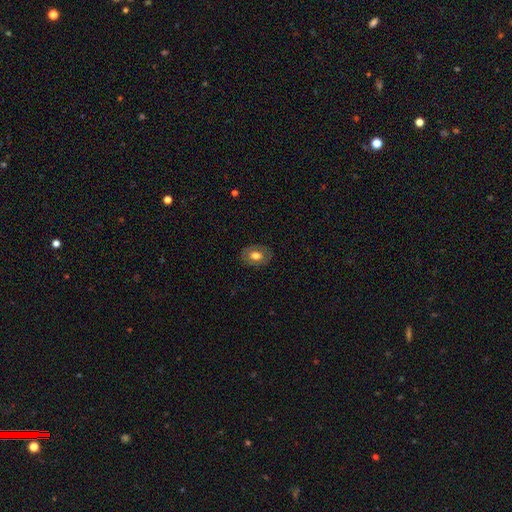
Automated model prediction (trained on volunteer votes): smooth-or-featured: smooth: 65% | featured or disk: 28% | star or artifact: 8%
  how-rounded: in between: 72% | round: 27% | cigar-shaped: 1%
  merging: none: 83% | minor disturbance: 12% | major disturbance: 4% | merger: 1%